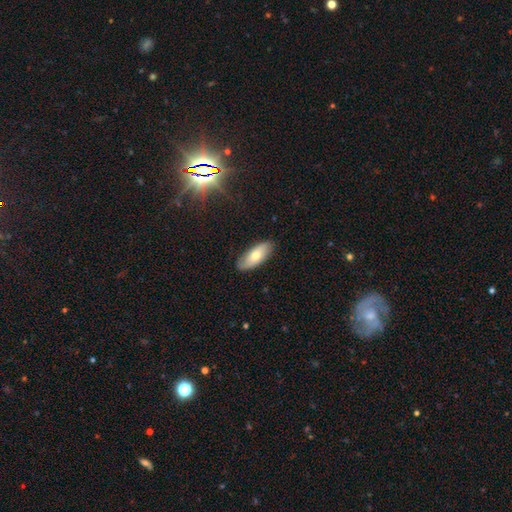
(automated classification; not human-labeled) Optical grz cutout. It shows a smooth galaxy with no disk features (65%) that is in between round and cigar-shaped (85%). Merging: none (85%).